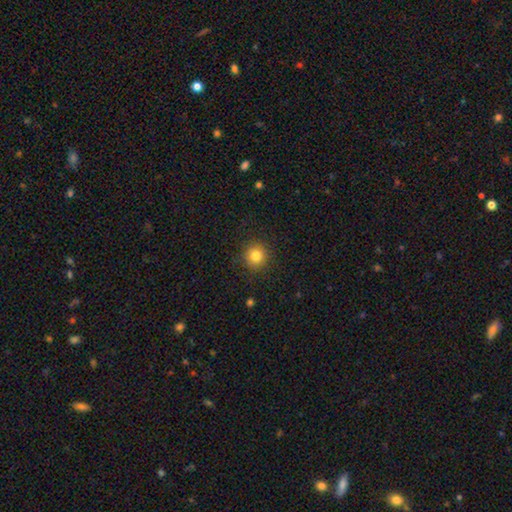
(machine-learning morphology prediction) Smooth or featured? smooth (82%)
How rounded? round (94%)
Merging? none (91%)